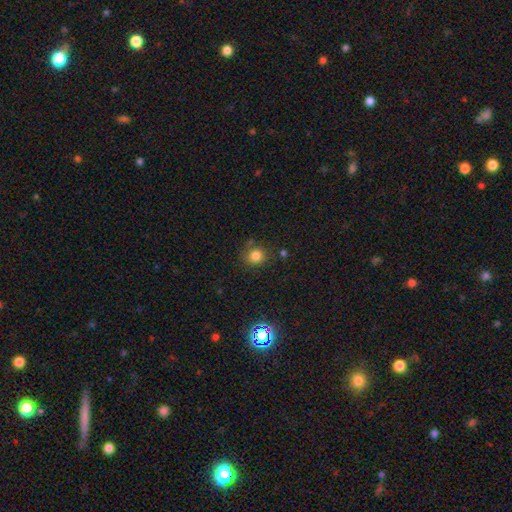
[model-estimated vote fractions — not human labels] The model was most divided on "smooth or featured": smooth: 81%, star or artifact: 14%, featured or disk: 5%. More confident: how rounded — round (88%); merging — none (79%).